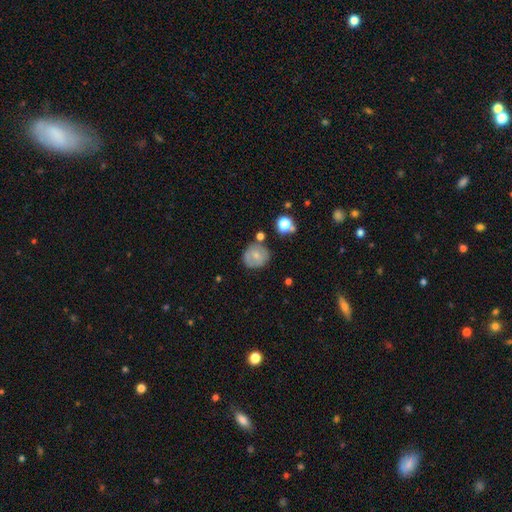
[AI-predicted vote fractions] Overall: smooth (57%; featured or disk 33%). How rounded: round (85%). Merging: none (68%).